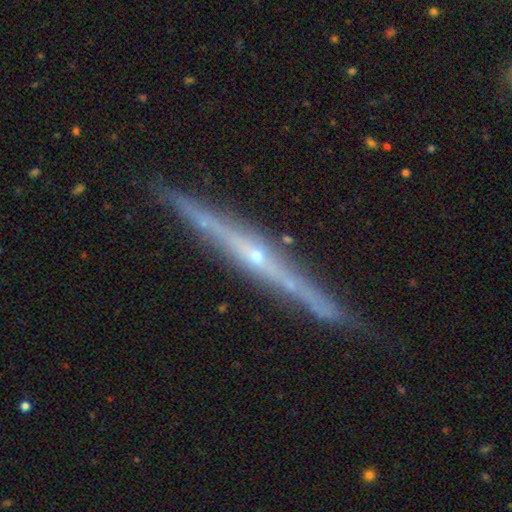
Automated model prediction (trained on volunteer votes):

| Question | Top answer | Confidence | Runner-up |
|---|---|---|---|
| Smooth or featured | featured or disk | 85% | smooth (9%) |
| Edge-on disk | yes | 98% | no (2%) |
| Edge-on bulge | rounded | 61% | none (32%) |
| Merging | none | 89% | minor disturbance (8%) |